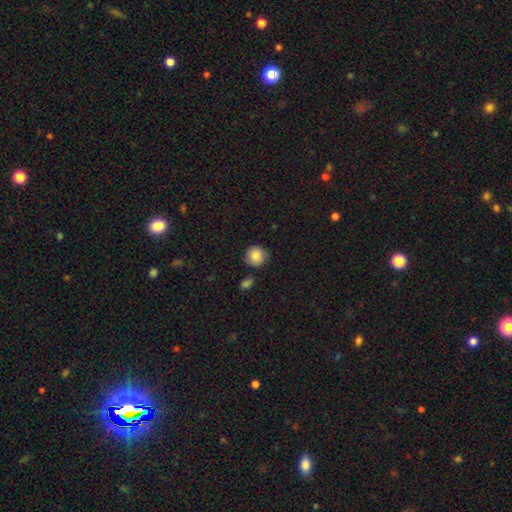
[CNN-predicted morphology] smooth_or_featured: smooth (p=0.86) [alt: star or artifact p=0.08]
how_rounded: round (p=0.91) [alt: in between p=0.08]
merging: none (p=0.78) [alt: minor disturbance p=0.14]